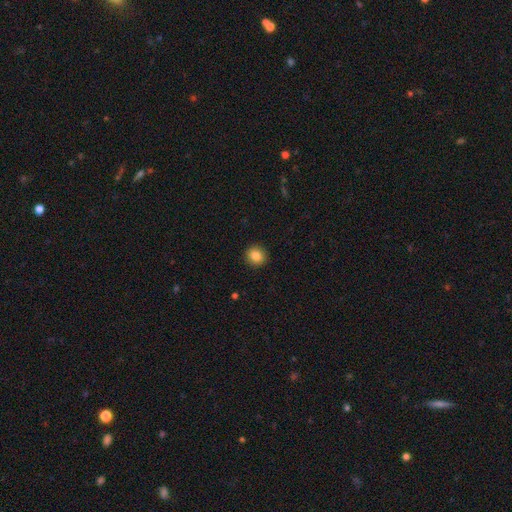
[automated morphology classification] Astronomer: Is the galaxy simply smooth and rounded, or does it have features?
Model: smooth — 85%.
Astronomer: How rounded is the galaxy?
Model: round — 90%.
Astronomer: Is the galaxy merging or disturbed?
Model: none — 92%.